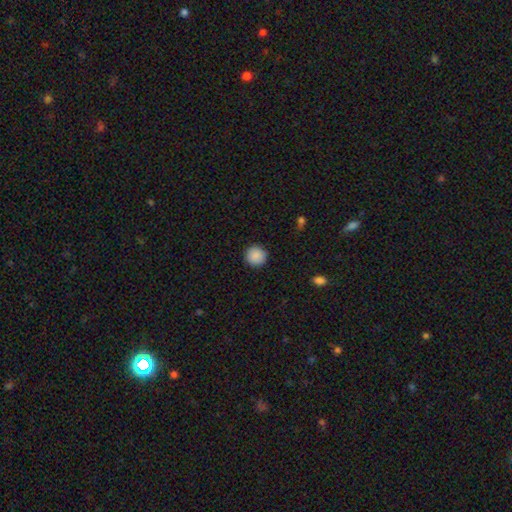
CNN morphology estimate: smooth-or-featured: smooth: 89% | star or artifact: 8% | featured or disk: 3%
  how-rounded: round: 95% | in between: 4% | cigar-shaped: 1%
  merging: none: 92% | minor disturbance: 5% | major disturbance: 2% | merger: 1%